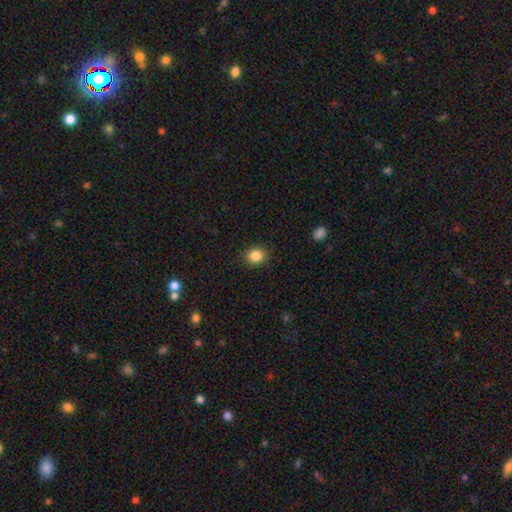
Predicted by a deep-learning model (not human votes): A smooth galaxy with no disk features (86%) that is round (75%). Merging: none (89%).